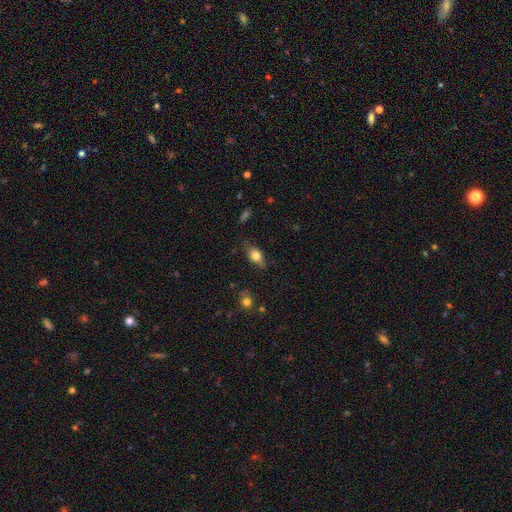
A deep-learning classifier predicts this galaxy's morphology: smooth-or-featured: smooth: 76% | featured or disk: 17% | star or artifact: 8%
  how-rounded: in between: 83% | cigar-shaped: 9% | round: 8%
  merging: none: 76% | minor disturbance: 18% | major disturbance: 4% | merger: 1%